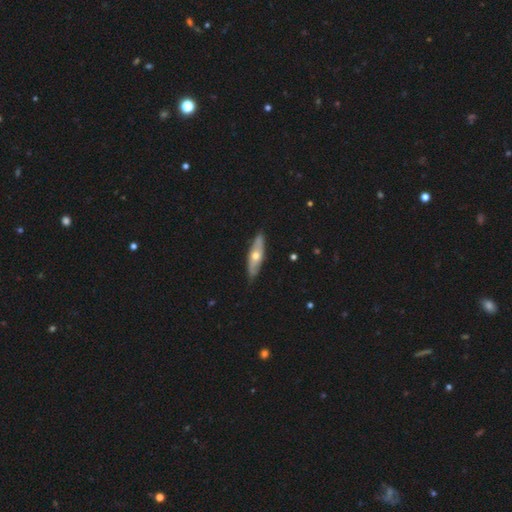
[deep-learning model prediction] This is possibly a featured or disk galaxy (53%). It is likely viewed edge-on (63%). Merging: clearly none (84%).